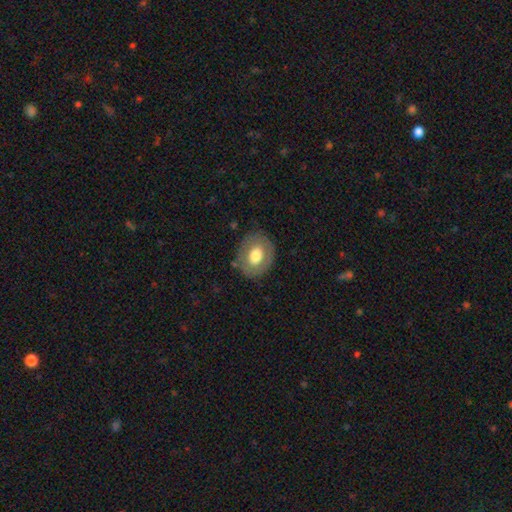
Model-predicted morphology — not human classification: Smooth or featured: smooth — 63% (featured or disk — 30%)
How rounded: in between — 51% (round — 48%)
Merging: none — 79% (minor disturbance — 14%)